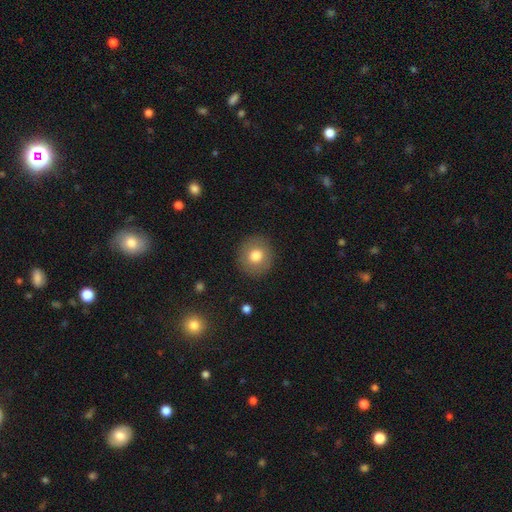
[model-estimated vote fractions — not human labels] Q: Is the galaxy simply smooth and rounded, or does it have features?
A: smooth — 77%.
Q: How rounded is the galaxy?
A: round — 91%.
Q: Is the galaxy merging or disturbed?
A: none — 90%.